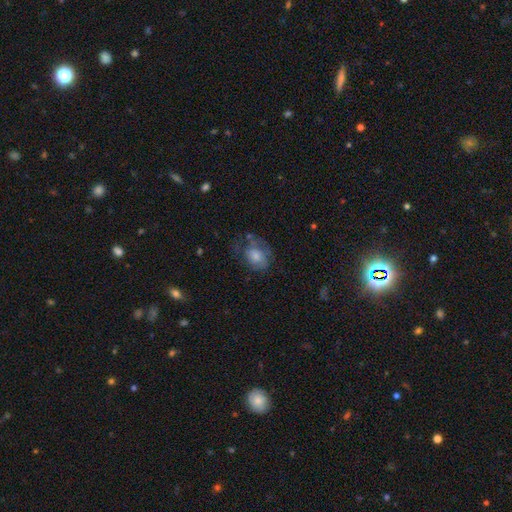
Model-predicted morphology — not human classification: A smooth galaxy with no disk features (48%). Merging: none (49%).